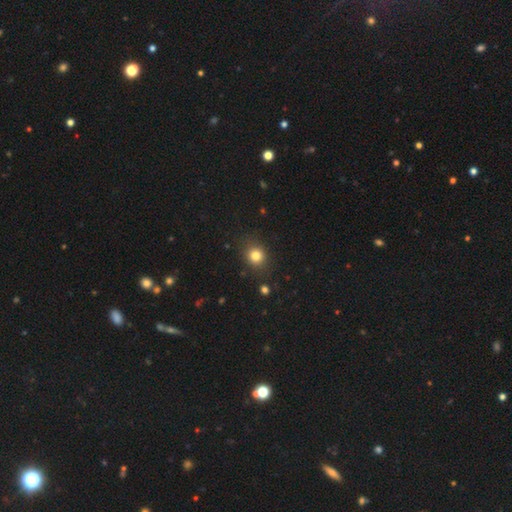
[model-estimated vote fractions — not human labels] smooth_or_featured: smooth (p=0.81) [alt: star or artifact p=0.13]
how_rounded: round (p=0.78) [alt: in between p=0.21]
merging: none (p=0.85) [alt: minor disturbance p=0.10]